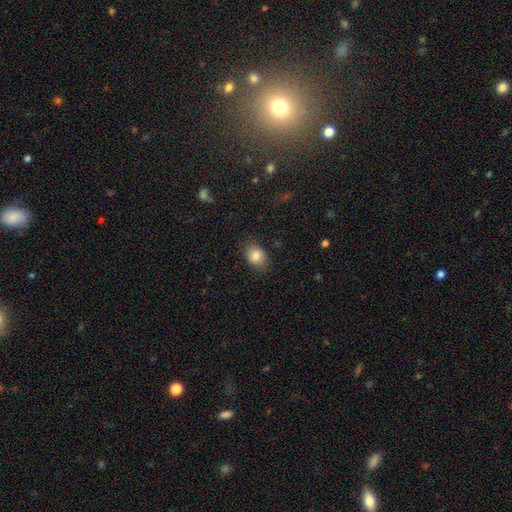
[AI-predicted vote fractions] This is clearly a smooth galaxy (84%). How rounded: likely in between (73%). Merging: clearly none (80%).